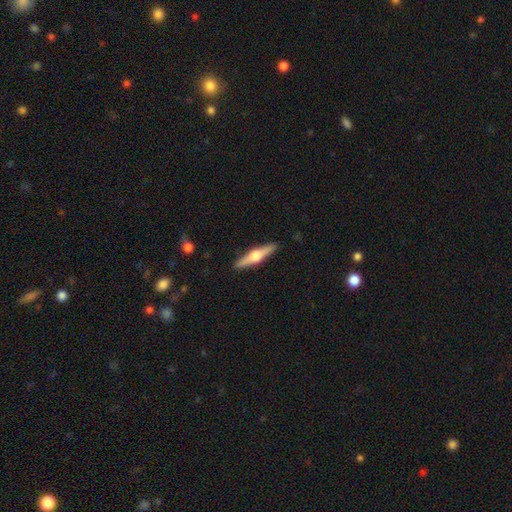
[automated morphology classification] Smooth or featured: featured or disk — 67% (smooth — 28%)
Edge-on disk: yes — 97% (no — 3%)
Edge-on bulge: rounded — 95% (boxy — 3%)
Merging: none — 91% (minor disturbance — 7%)